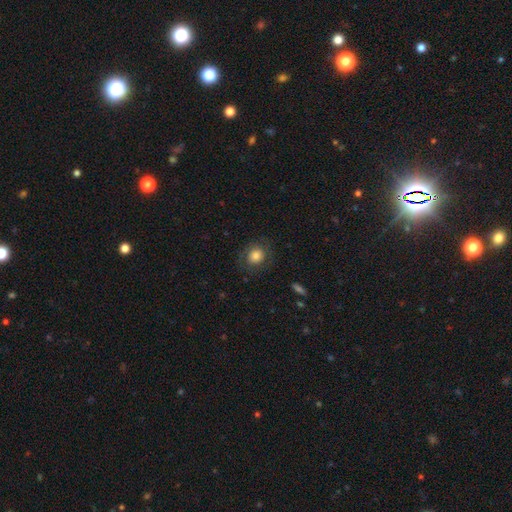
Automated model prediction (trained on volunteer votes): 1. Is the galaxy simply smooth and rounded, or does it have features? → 77% smooth, 14% featured or disk, 9% star or artifact.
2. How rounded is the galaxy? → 80% round, 19% in between, 1% cigar-shaped.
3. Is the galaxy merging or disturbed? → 79% none, 13% minor disturbance, 7% major disturbance, 1% merger.